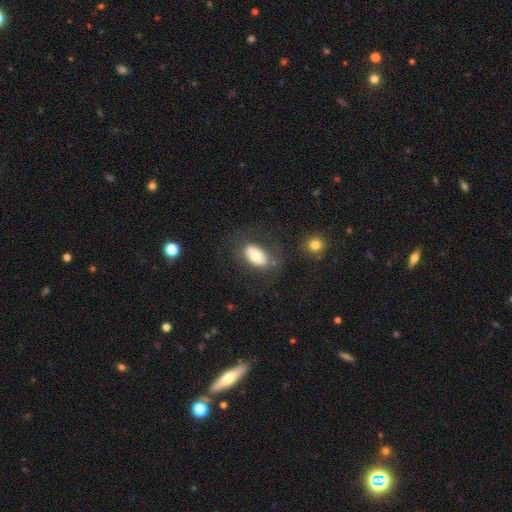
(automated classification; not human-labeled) smooth 63%, featured or disk 30%, star or artifact 7%. Down the decision tree: how rounded — in between (90%); merging — none (69%).